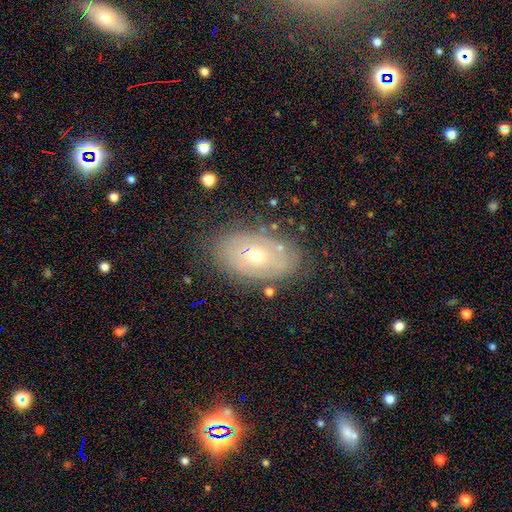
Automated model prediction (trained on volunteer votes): featured or disk 61%, smooth 30%, star or artifact 8%. Down the decision tree: edge-on disk — no (91%); bar — no (78%); spiral arms — yes (54%); bulge size — moderate (49%); merging — none (75%).